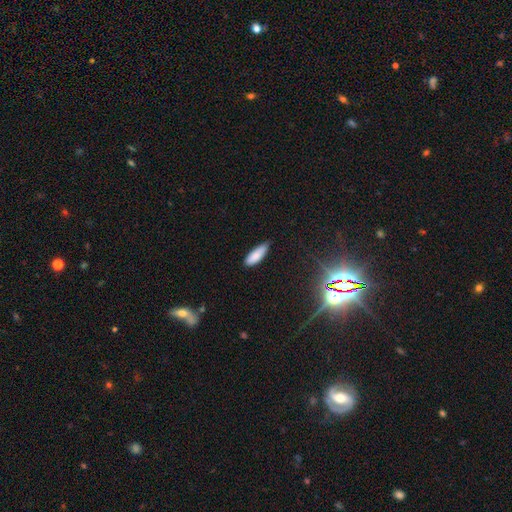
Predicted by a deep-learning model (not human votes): The model was most divided on "how rounded": in between: 58%, cigar-shaped: 40%, round: 2%. More confident: smooth or featured — smooth (85%); merging — none (75%).